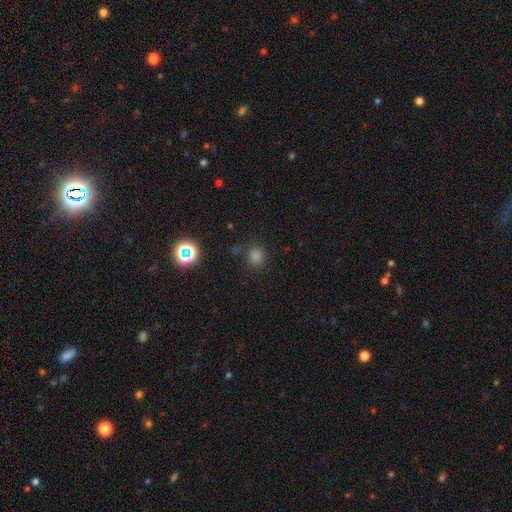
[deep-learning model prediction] smooth 71%, star or artifact 24%, featured or disk 5%. Down the decision tree: how rounded — round (82%); merging — none (80%).